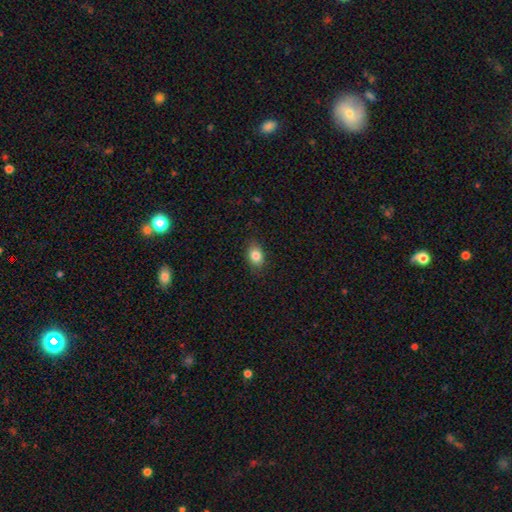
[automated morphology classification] Smooth or featured? smooth (84%)
How rounded? in between (76%)
Merging? none (85%)